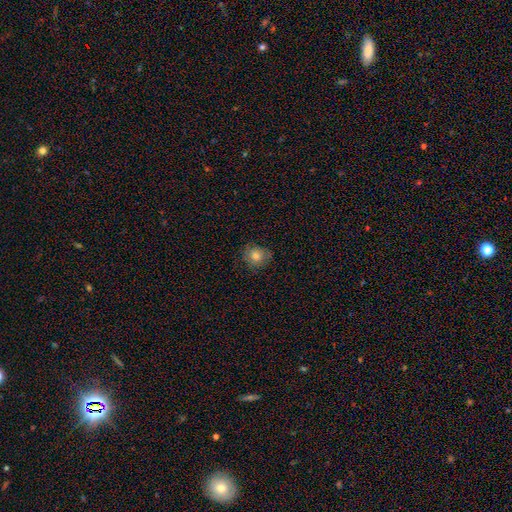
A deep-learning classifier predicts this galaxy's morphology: The model was most divided on "merging": none: 78%, minor disturbance: 17%, major disturbance: 4%, merger: 1%. More confident: how rounded — round (82%); smooth or featured — smooth (75%).